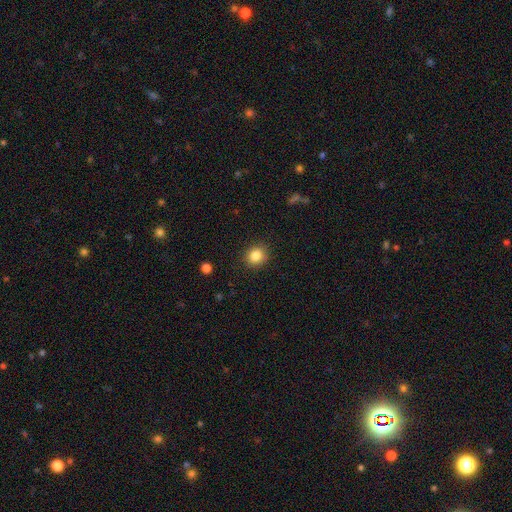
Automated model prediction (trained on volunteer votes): Smooth or featured? smooth (84%)
How rounded? round (77%)
Merging? none (90%)